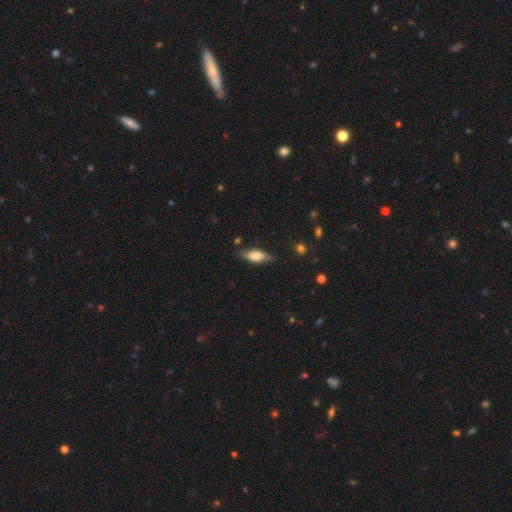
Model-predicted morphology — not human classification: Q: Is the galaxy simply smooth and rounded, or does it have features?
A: smooth — 66%.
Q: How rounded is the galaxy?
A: in between — 67%.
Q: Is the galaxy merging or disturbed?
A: none — 78%.